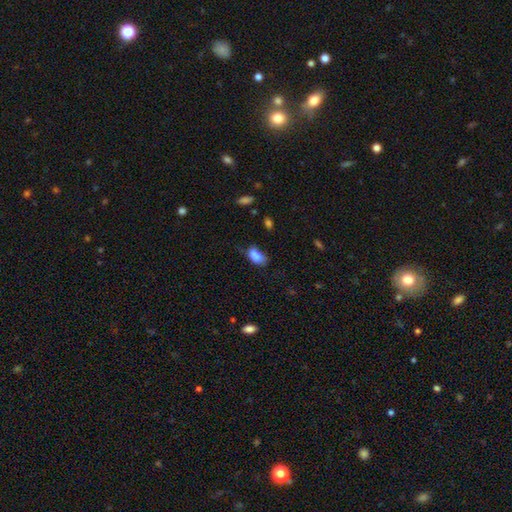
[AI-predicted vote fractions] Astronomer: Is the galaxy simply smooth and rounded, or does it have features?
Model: smooth — 80%.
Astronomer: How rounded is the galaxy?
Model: in between — 89%.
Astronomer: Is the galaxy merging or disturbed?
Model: none — 39% (runner-up: minor disturbance, 32%).